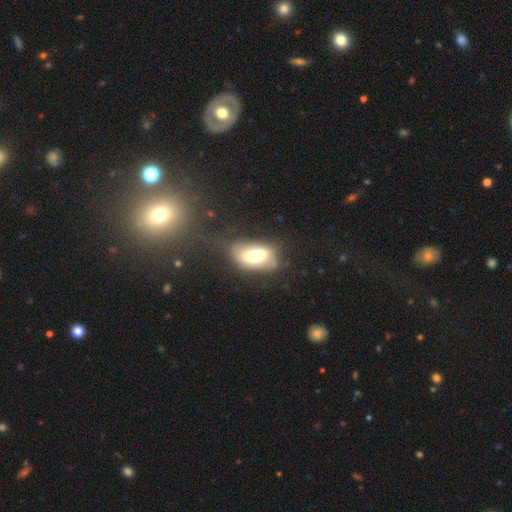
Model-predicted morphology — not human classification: type=smooth (62%); roundness=in between (88%); merging=none (42%).